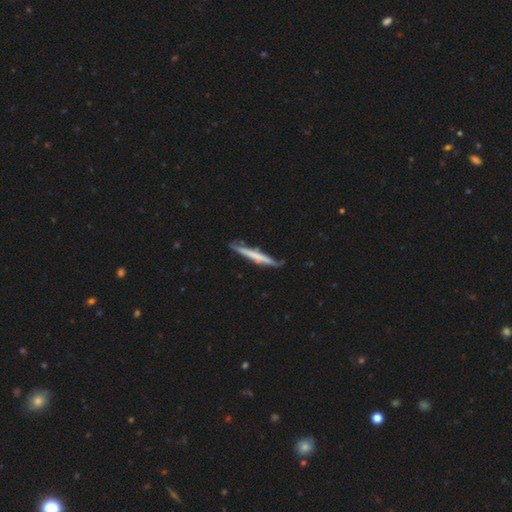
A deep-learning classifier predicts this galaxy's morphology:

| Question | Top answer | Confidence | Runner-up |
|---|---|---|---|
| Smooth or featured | featured or disk | 52% | smooth (43%) |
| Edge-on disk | yes | 92% | no (8%) |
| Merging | none | 71% | minor disturbance (22%) |